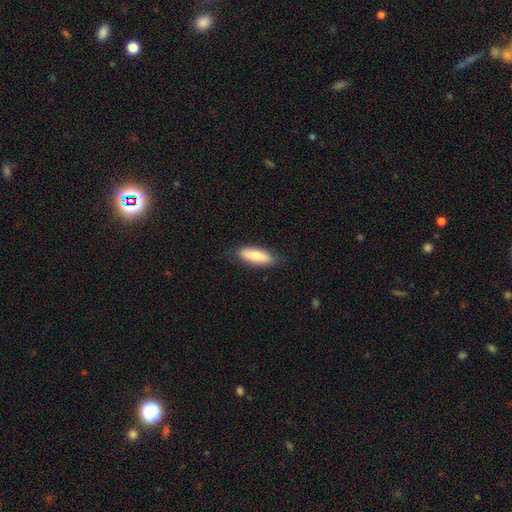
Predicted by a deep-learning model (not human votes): Q: Smooth or featured?
A: smooth (81%); runner-up: featured or disk (13%)
Q: How rounded?
A: in between (54%); runner-up: cigar-shaped (44%)
Q: Merging?
A: none (84%); runner-up: minor disturbance (12%)